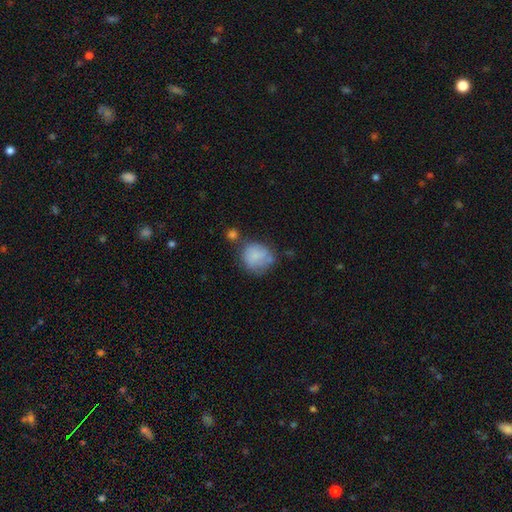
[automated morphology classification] Smooth or featured? Predicted: smooth (p=0.74). How rounded? Predicted: round (p=0.75). Merging? Predicted: none (p=0.45).